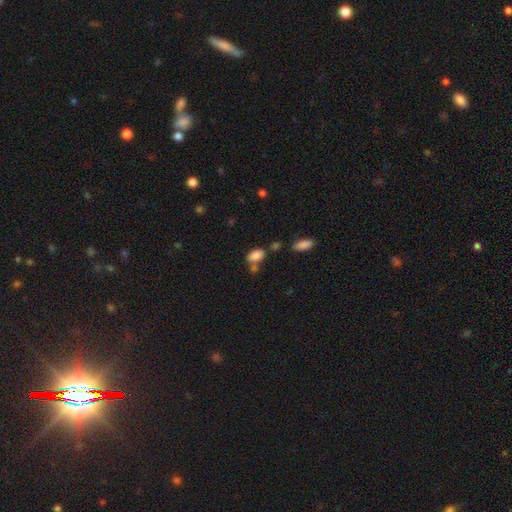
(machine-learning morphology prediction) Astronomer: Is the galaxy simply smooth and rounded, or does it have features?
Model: smooth — 85%.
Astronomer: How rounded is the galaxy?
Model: in between — 89%.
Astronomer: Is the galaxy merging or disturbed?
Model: none — 52%.